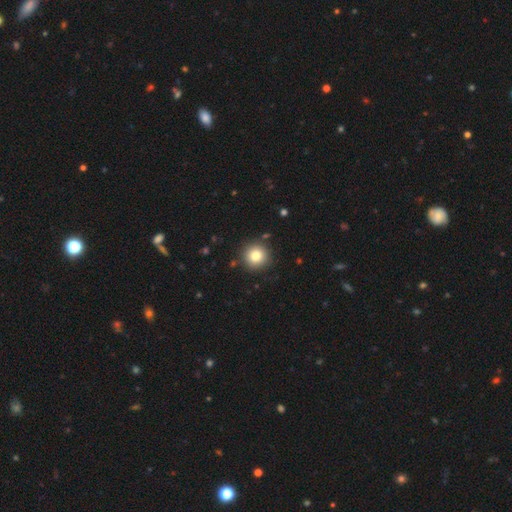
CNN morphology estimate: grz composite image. It shows a smooth galaxy with no disk features (82%) that is round (95%). Merging: none (90%).